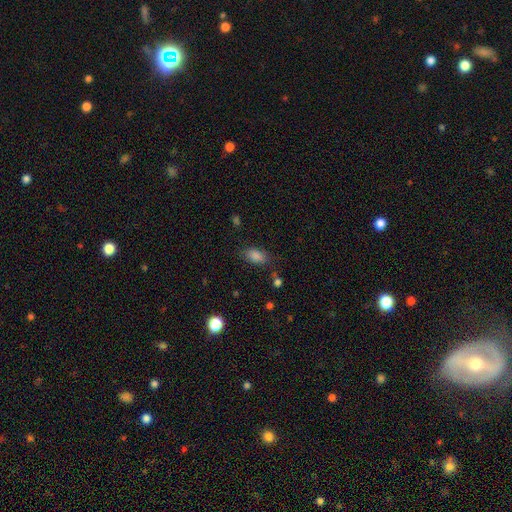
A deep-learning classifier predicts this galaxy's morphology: Overall: smooth (83%). How rounded: in between (87%). Merging: none (74%).